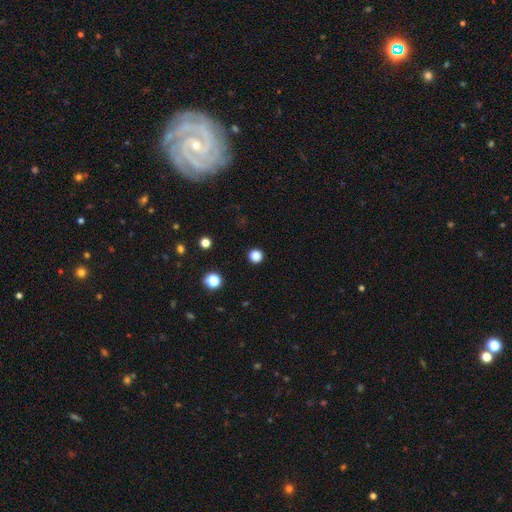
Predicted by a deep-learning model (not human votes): smooth_or_featured: smooth (p=0.84) [alt: star or artifact p=0.13]
how_rounded: round (p=0.96) [alt: in between p=0.03]
merging: none (p=0.93) [alt: minor disturbance p=0.04]